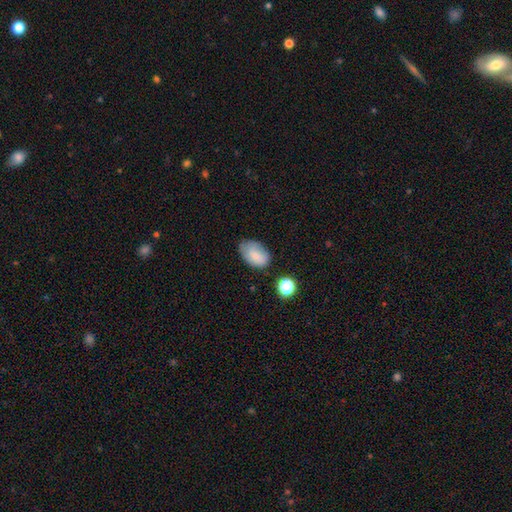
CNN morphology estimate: This is clearly a smooth galaxy (81%). How rounded: clearly in between (89%). Merging: likely none (63%).